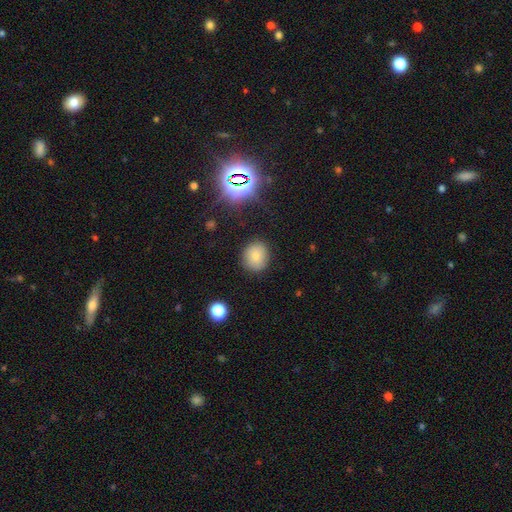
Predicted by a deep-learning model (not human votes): Smooth or featured: smooth — 77% (star or artifact — 13%)
How rounded: round — 76% (in between — 23%)
Merging: none — 86% (minor disturbance — 9%)